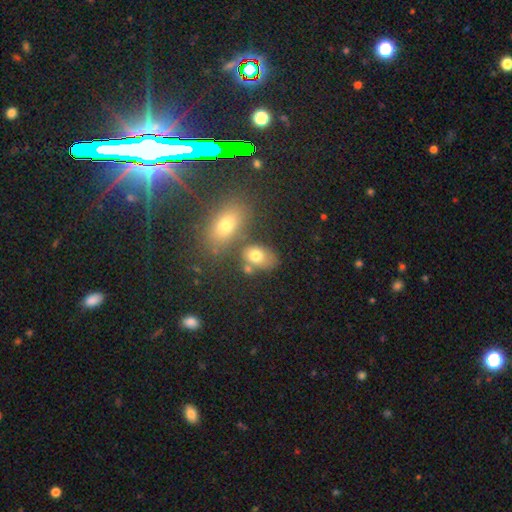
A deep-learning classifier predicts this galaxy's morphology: A smooth galaxy with no disk features (73%) that is in between round and cigar-shaped (76%). Merging: none (57%).